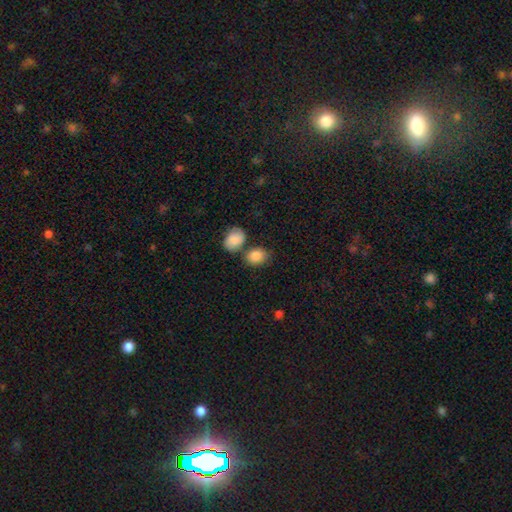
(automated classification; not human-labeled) Smooth or featured? Predicted: smooth (p=0.86). How rounded? Predicted: in between (p=0.59). Merging? Predicted: none (p=0.59).